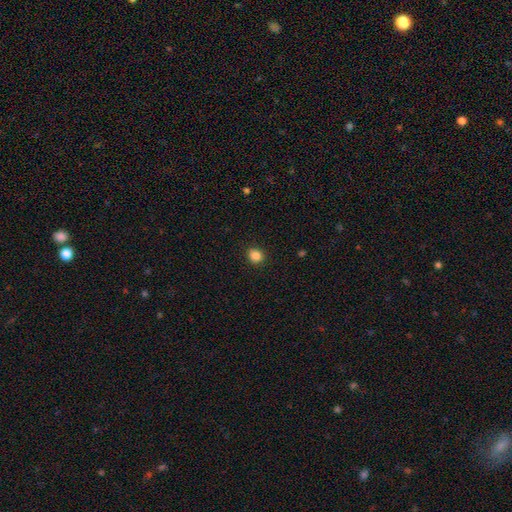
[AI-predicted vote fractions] The model was most divided on "how rounded": round: 79%, in between: 20%, cigar-shaped: 1%. More confident: merging — none (90%); smooth or featured — smooth (85%).